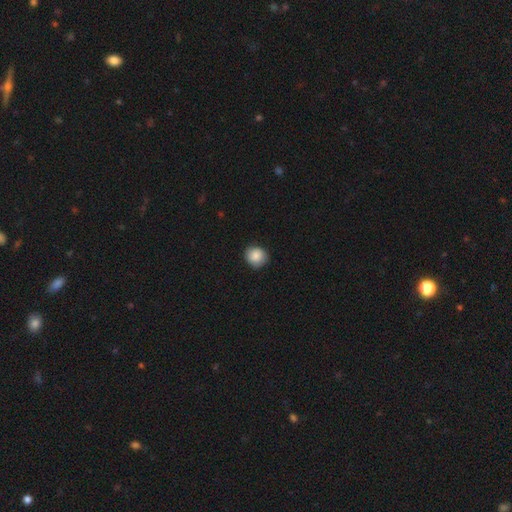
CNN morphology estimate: Q: Smooth or featured?
A: smooth (86%); runner-up: star or artifact (8%)
Q: How rounded?
A: round (86%); runner-up: in between (13%)
Q: Merging?
A: none (84%); runner-up: minor disturbance (13%)